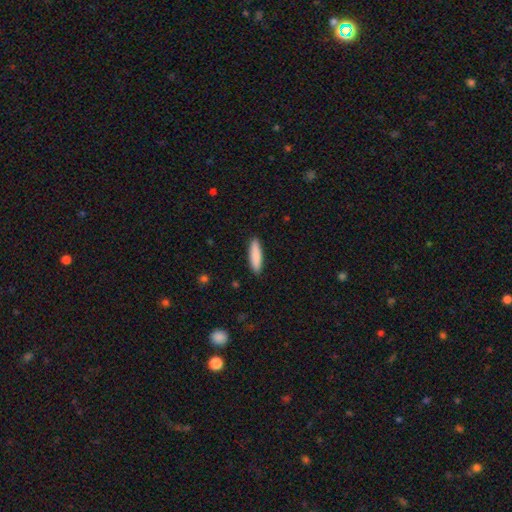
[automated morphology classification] Smooth or featured?
  - smooth: 87% *
  - featured or disk: 7%
  - star or artifact: 6%
How rounded?
  - cigar-shaped: 68% *
  - in between: 31%
  - round: 1%
Merging?
  - none: 90% *
  - minor disturbance: 7%
  - major disturbance: 2%
  - merger: 1%